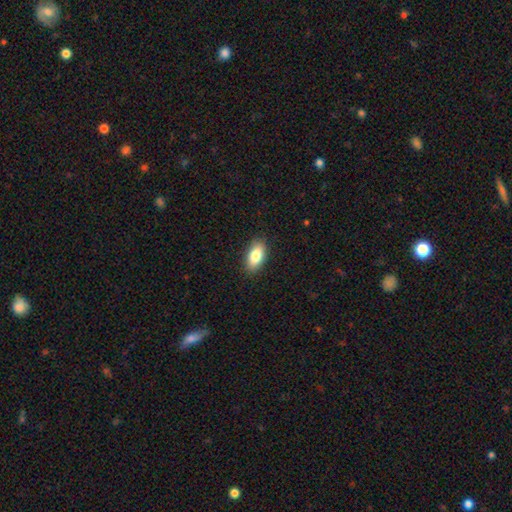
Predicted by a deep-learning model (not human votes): Smooth or featured? Predicted: smooth (p=0.82). How rounded? Predicted: in between (p=0.91). Merging? Predicted: none (p=0.89).